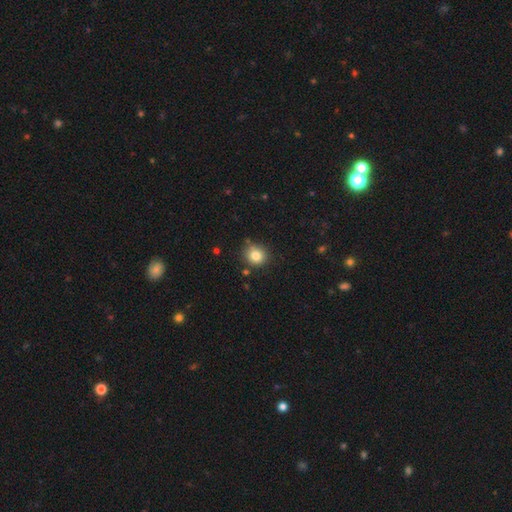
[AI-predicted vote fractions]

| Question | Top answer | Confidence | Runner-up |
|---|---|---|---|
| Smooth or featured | smooth | 82% | star or artifact (11%) |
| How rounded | round | 85% | in between (14%) |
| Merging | none | 81% | minor disturbance (12%) |